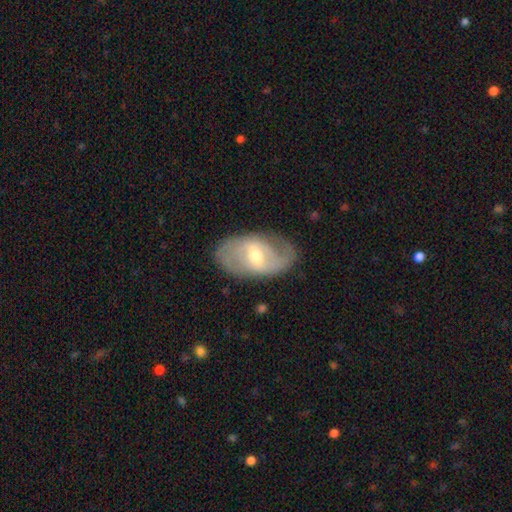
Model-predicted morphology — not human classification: type=featured or disk (74%); edge-on=no (94%); bar=weak (54%); spiral arms=yes (81%); winding=medium (43%); arm count=2 (70%); bulge=moderate (63%); merging=none (77%).